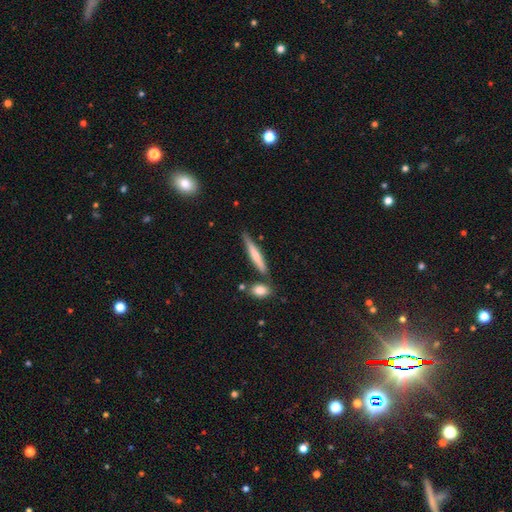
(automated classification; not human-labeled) Smooth or featured: smooth — 58% (featured or disk — 36%)
How rounded: cigar-shaped — 92% (in between — 7%)
Merging: none — 75% (minor disturbance — 13%)